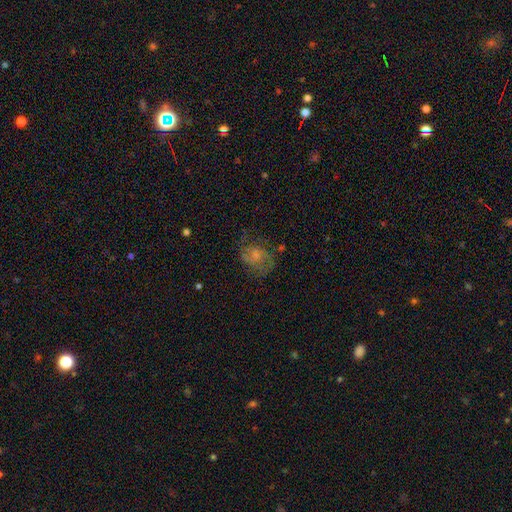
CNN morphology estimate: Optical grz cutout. It shows a featured or disk galaxy (53%) with no bar (70%), spiral arms (76%) and a small central bulge (45%). Merging: none (53%).